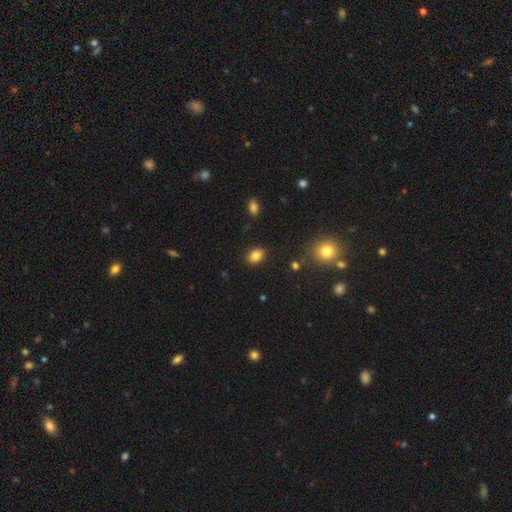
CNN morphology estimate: Smooth or featured?
  - smooth: 83% *
  - star or artifact: 10%
  - featured or disk: 6%
How rounded?
  - in between: 74% *
  - round: 25%
  - cigar-shaped: 1%
Merging?
  - none: 87% *
  - minor disturbance: 9%
  - major disturbance: 2%
  - merger: 2%